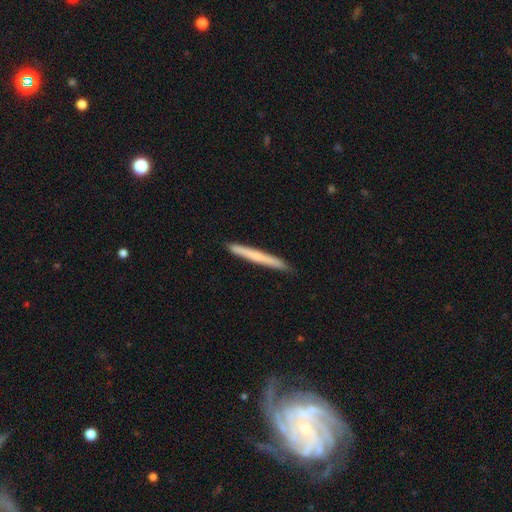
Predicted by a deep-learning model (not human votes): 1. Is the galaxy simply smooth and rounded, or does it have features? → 59% smooth, 35% featured or disk, 6% star or artifact.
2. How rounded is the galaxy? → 97% cigar-shaped, 2% in between, 1% round.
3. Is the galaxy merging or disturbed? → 92% none, 6% minor disturbance, 1% major disturbance, 1% merger.